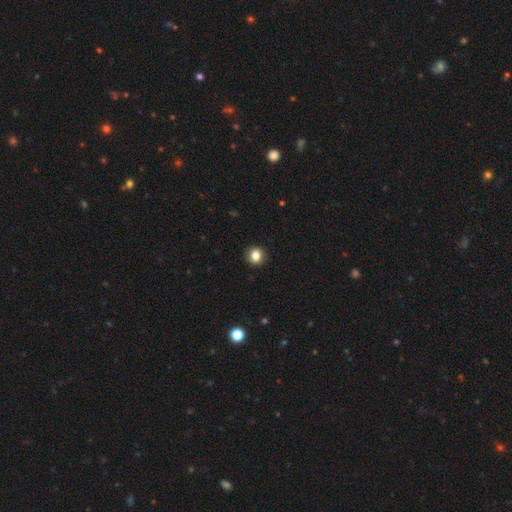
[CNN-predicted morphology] A smooth galaxy with no disk features (83%) that is round (88%).

Vote fractions:
- Smooth or featured? smooth: 83% / star or artifact: 11% / featured or disk: 6%
- How rounded? round: 88% / in between: 11% / cigar-shaped: 1%
- Merging? none: 92% / minor disturbance: 6% / major disturbance: 2% / merger: 1%